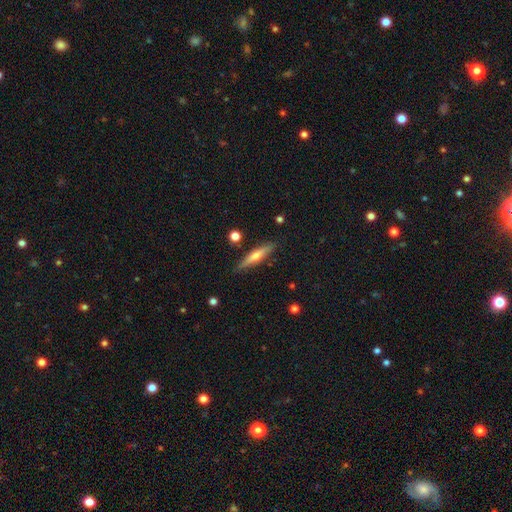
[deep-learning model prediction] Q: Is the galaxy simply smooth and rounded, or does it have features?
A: featured or disk — 50%.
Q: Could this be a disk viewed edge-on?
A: yes — 94%.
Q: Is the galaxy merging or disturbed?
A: none — 86%.